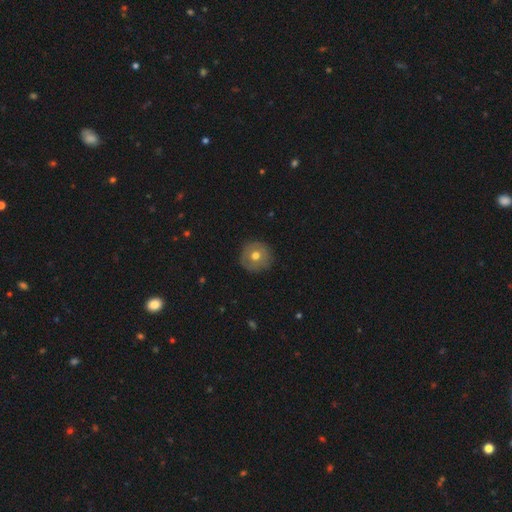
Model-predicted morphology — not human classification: Q: Smooth or featured?
A: smooth (60%); runner-up: featured or disk (32%)
Q: How rounded?
A: round (95%); runner-up: in between (4%)
Q: Merging?
A: none (87%); runner-up: minor disturbance (9%)